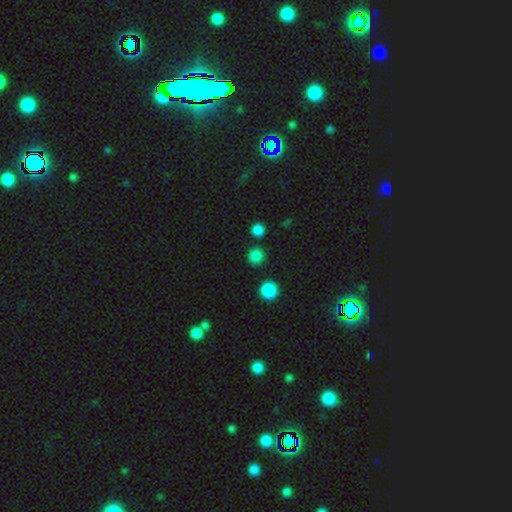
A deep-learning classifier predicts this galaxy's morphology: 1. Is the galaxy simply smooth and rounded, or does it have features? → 83% smooth, 14% star or artifact, 3% featured or disk.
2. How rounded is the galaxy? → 93% round, 6% in between, 1% cigar-shaped.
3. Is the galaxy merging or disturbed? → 88% none, 6% minor disturbance, 4% merger, 2% major disturbance.